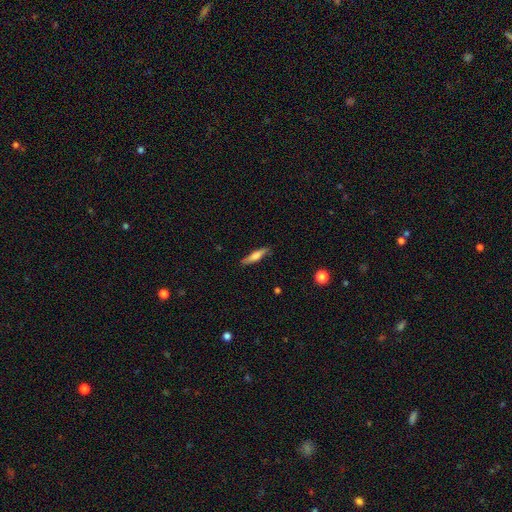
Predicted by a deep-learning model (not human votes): Smooth or featured?
  - smooth: 58% *
  - featured or disk: 36%
  - star or artifact: 6%
How rounded?
  - cigar-shaped: 80% *
  - in between: 18%
  - round: 2%
Merging?
  - none: 84% *
  - minor disturbance: 12%
  - major disturbance: 2%
  - merger: 1%